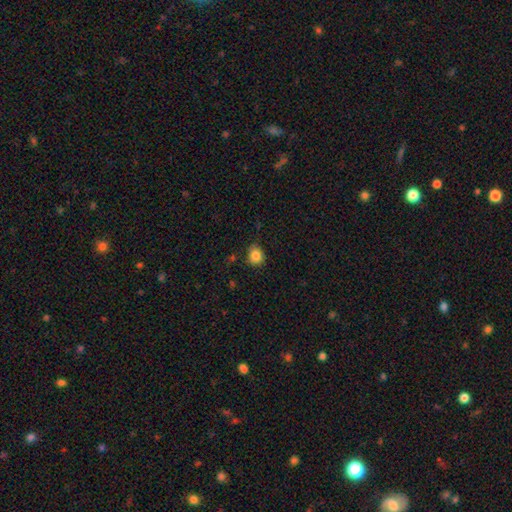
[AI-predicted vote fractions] The model was most divided on "how rounded": round: 76%, in between: 24%, cigar-shaped: 1%. More confident: smooth or featured — smooth (84%); merging — none (79%).